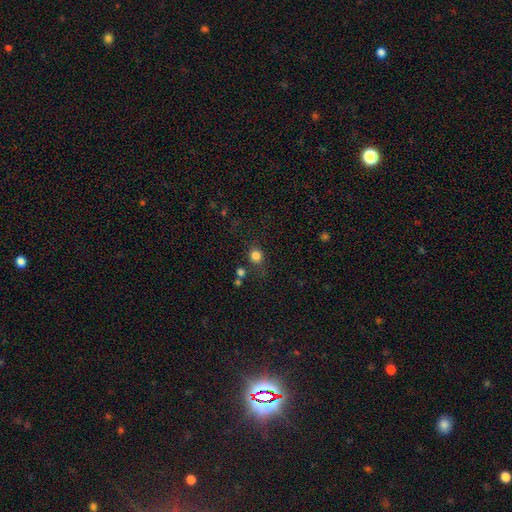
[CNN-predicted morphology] smooth-or-featured: smooth: 82% | star or artifact: 13% | featured or disk: 5%
  how-rounded: round: 83% | in between: 16% | cigar-shaped: 1%
  merging: none: 75% | minor disturbance: 13% | merger: 7% | major disturbance: 5%